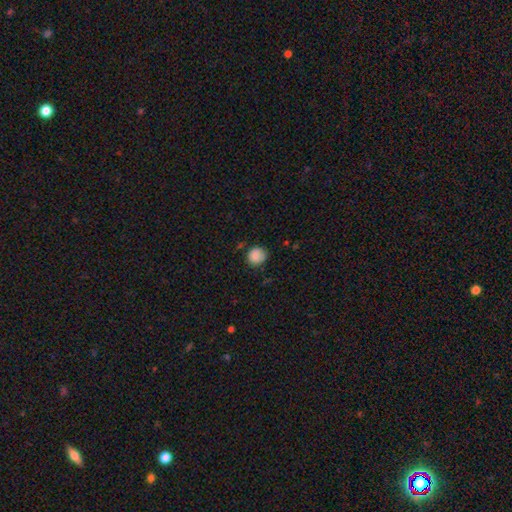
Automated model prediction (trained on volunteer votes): Morphology: type=smooth (86%); roundness=round (83%); merging=none (76%).